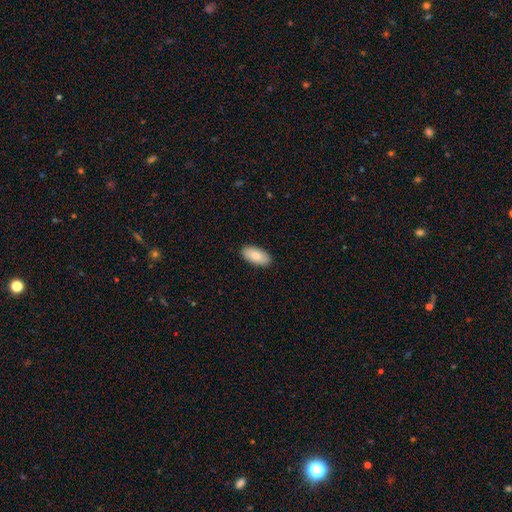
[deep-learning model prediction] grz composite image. It shows a smooth galaxy with no disk features (86%) that is in between round and cigar-shaped (93%). Merging: none (89%).